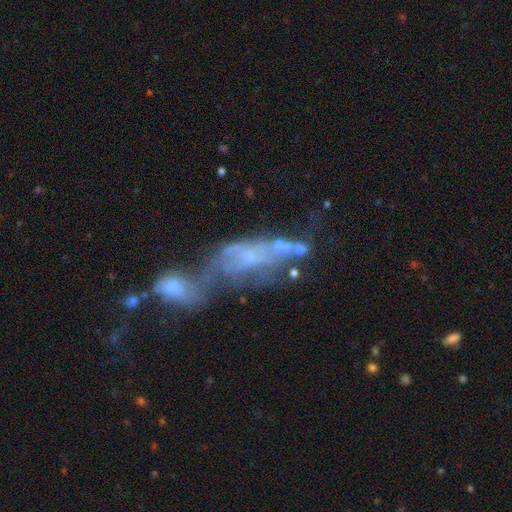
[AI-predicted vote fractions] This is likely a featured or disk galaxy (64%). It is clearly not viewed edge-on (84%). Bar: likely no (73%). Spiral arm pattern: possibly no (52%). Central bulge: possibly small (52%). Merging: likely merger (63%).